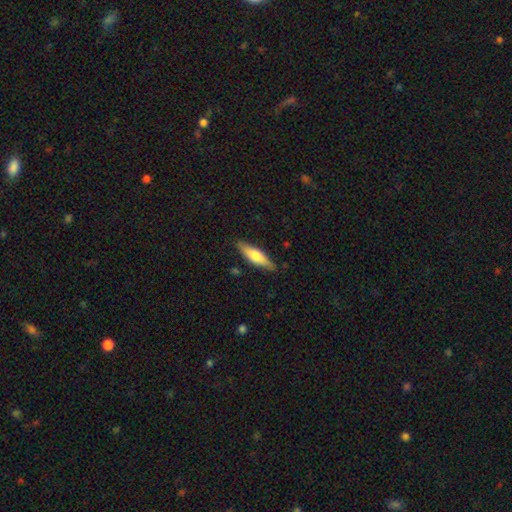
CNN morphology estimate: A smooth galaxy with no disk features (60%) that is cigar-shaped (62%). Merging: none (85%).